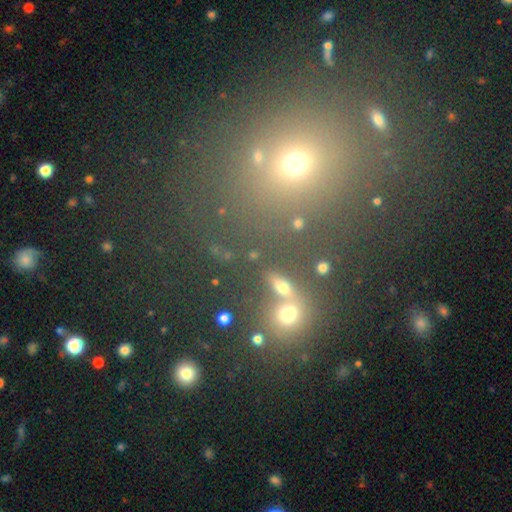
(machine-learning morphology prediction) This is possibly a smooth galaxy (51%). How rounded: likely round (70%). Merging: likely none (68%).